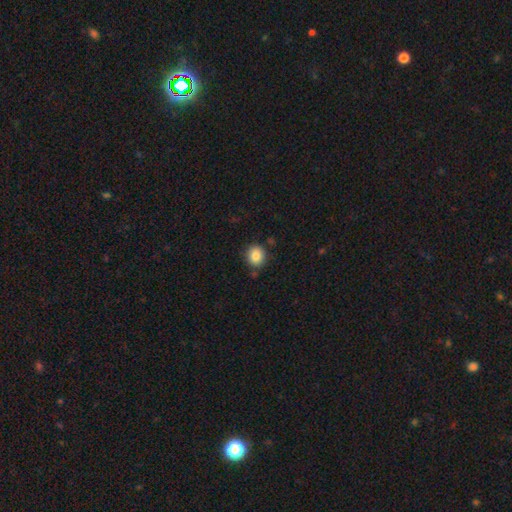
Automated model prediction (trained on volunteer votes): Morphology: type=smooth (85%); roundness=round (79%); merging=none (83%).